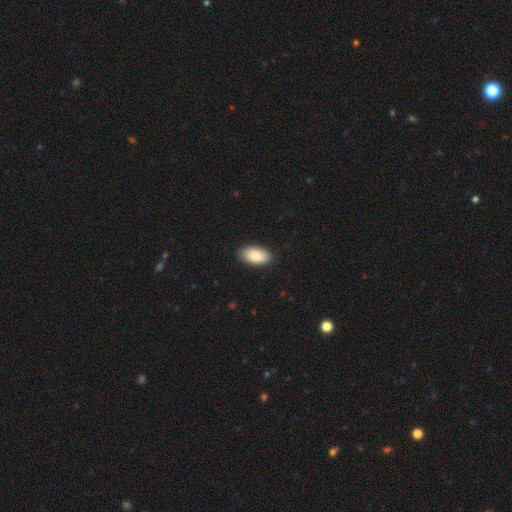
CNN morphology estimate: smooth_or_featured: smooth (p=0.84) [alt: featured or disk p=0.09]
how_rounded: in between (p=0.95) [alt: round p=0.03]
merging: none (p=0.88) [alt: minor disturbance p=0.10]